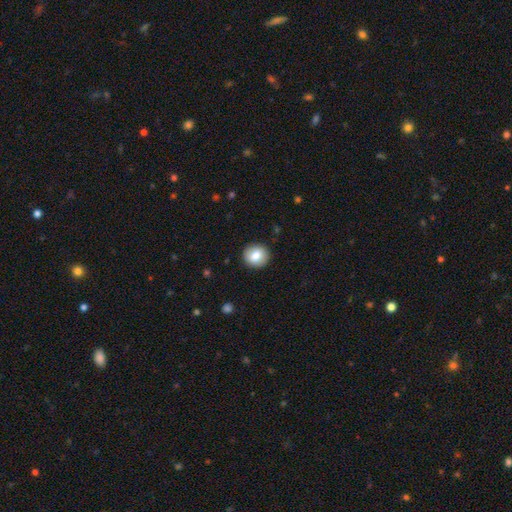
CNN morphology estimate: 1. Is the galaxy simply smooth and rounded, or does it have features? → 82% smooth, 10% featured or disk, 8% star or artifact.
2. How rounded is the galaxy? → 87% round, 12% in between, 1% cigar-shaped.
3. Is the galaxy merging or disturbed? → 91% none, 6% minor disturbance, 2% major disturbance, 1% merger.